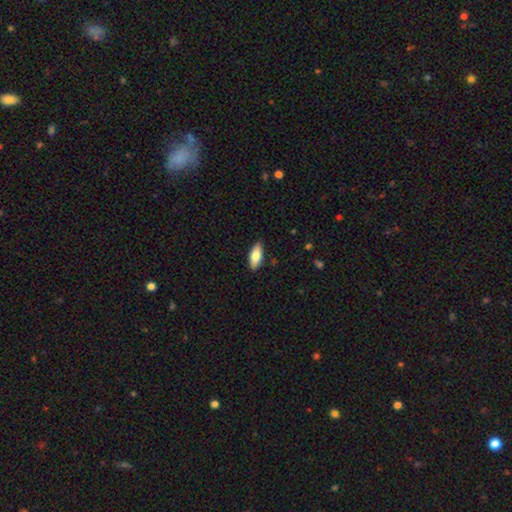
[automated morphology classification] A smooth galaxy with no disk features (74%) that is in between round and cigar-shaped (77%).

Vote fractions:
- Smooth or featured? smooth: 74% / featured or disk: 20% / star or artifact: 6%
- How rounded? in between: 77% / cigar-shaped: 21% / round: 2%
- Merging? none: 88% / minor disturbance: 9% / major disturbance: 2% / merger: 1%